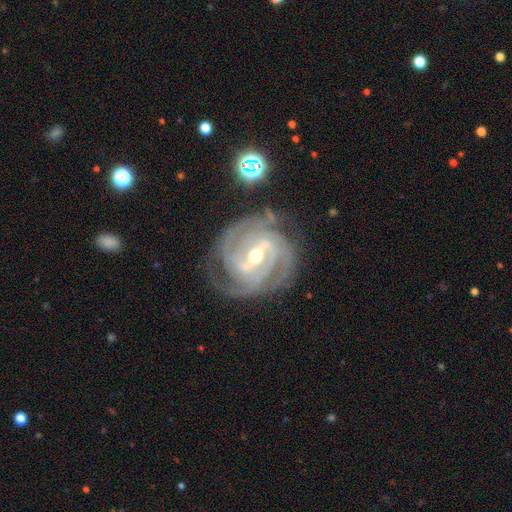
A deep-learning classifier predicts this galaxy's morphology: This appears to be a featured or disk galaxy (92%) with a strong bar (52%), 3 (38%) tight (69%) spiral arms (98%) and a moderate central bulge (55%). Merging: none (76%).